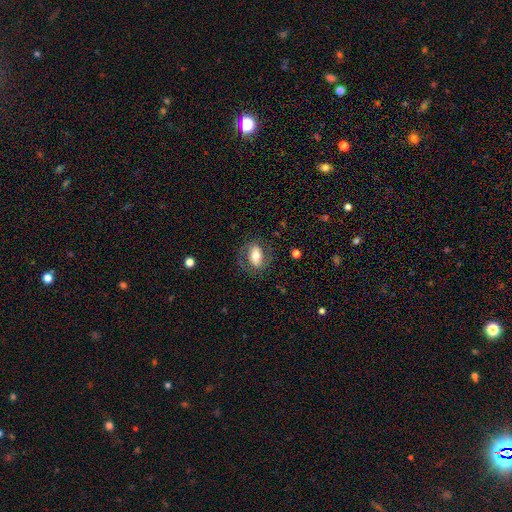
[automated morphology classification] A smooth galaxy with no disk features (50%) that is in between round and cigar-shaped (82%).

Vote fractions:
- Smooth or featured? smooth: 50% / featured or disk: 43% / star or artifact: 7%
- How rounded? in between: 82% / round: 14% / cigar-shaped: 4%
- Merging? none: 71% / minor disturbance: 16% / major disturbance: 12% / merger: 1%